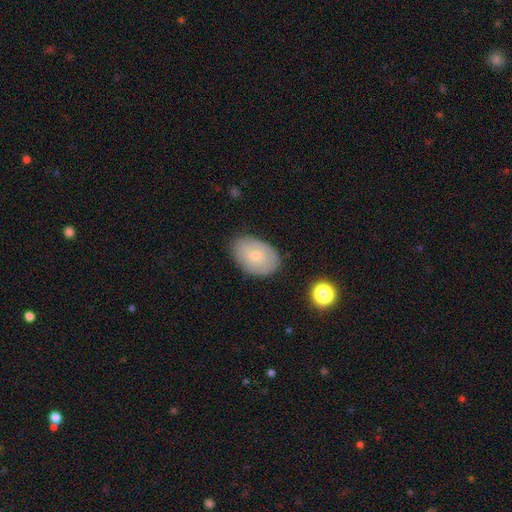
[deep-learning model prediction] This is possibly a smooth galaxy (55%). How rounded: clearly in between (84%). Merging: clearly none (82%).